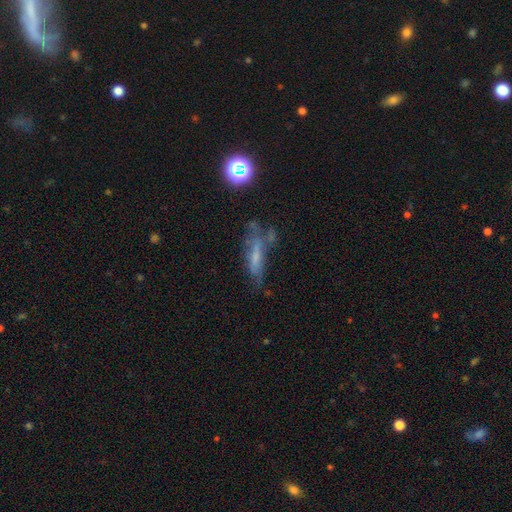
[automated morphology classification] This appears to be a featured or disk galaxy (43%). Merging: none (44%).